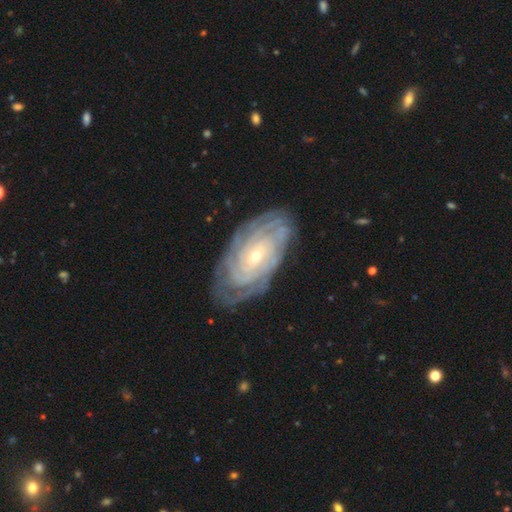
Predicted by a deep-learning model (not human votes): Q: Smooth or featured?
A: featured or disk (88%); runner-up: smooth (7%)
Q: Edge-on disk?
A: no (95%); runner-up: yes (5%)
Q: Bar?
A: no (67%); runner-up: weak (25%)
Q: Spiral arms?
A: yes (97%); runner-up: no (3%)
Q: Spiral winding?
A: tight (84%); runner-up: medium (14%)
Q: Spiral arm count?
A: can't tell (32%); runner-up: 4 (22%)
Q: Bulge size?
A: small (74%); runner-up: moderate (23%)
Q: Merging?
A: none (81%); runner-up: minor disturbance (14%)